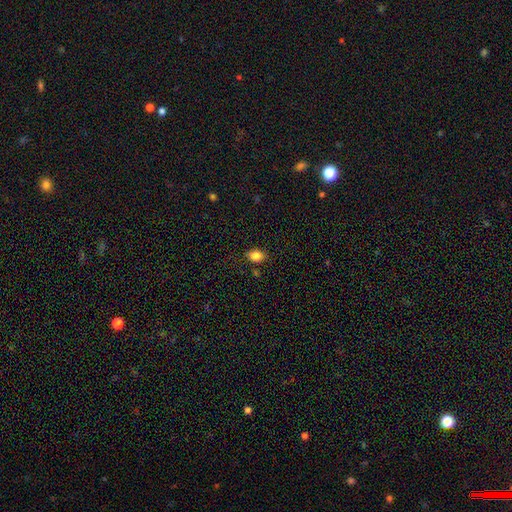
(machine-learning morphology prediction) This is clearly a smooth galaxy (85%). How rounded: likely in between (76%). Merging: likely none (80%).